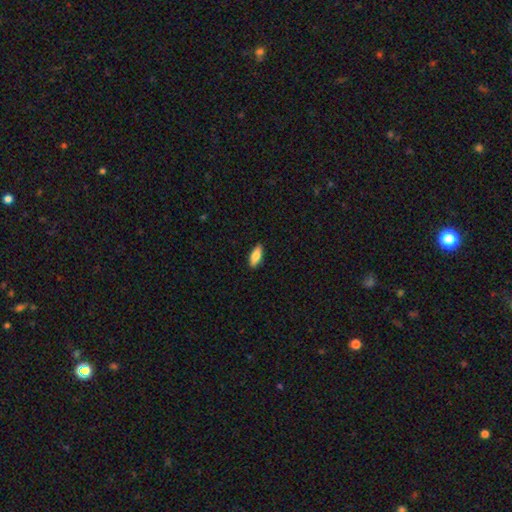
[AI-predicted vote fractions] Smooth or featured: smooth — 79% (featured or disk — 15%)
How rounded: in between — 75% (cigar-shaped — 23%)
Merging: none — 90% (minor disturbance — 8%)